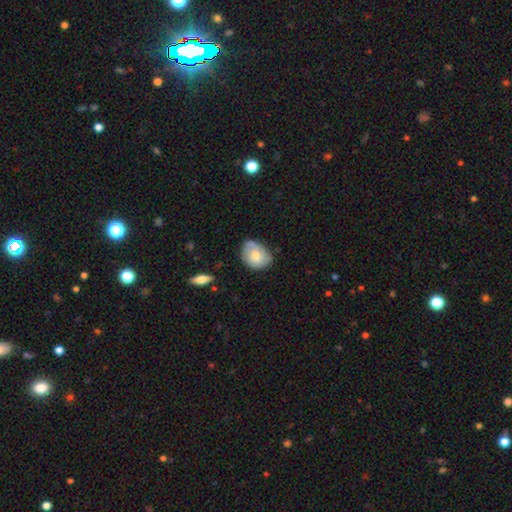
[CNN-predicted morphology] smooth 65%, featured or disk 28%, star or artifact 7%. Down the decision tree: how rounded — in between (54%); merging — none (59%).